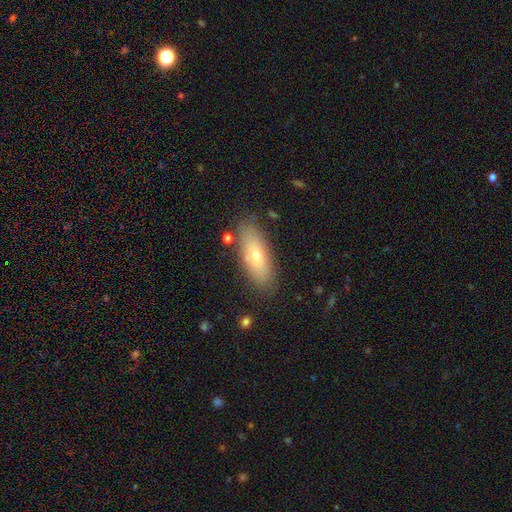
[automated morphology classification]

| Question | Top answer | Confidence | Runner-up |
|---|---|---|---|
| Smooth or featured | smooth | 62% | featured or disk (30%) |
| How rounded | in between | 66% | cigar-shaped (31%) |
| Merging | none | 83% | minor disturbance (11%) |